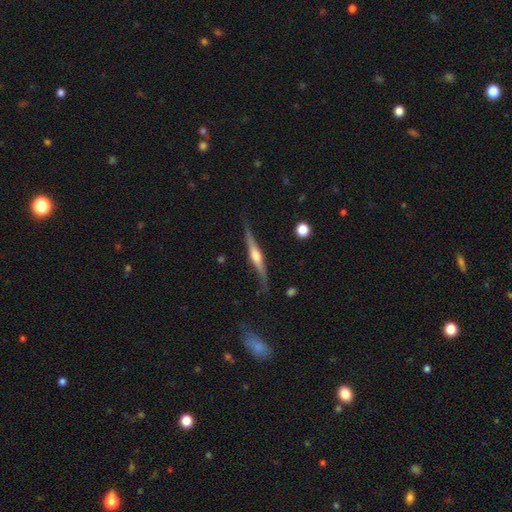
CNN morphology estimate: A featured or disk galaxy (78%) viewed edge-on (97%) with a rounded central bulge (85%).

Vote fractions:
- Smooth or featured? featured or disk: 78% / smooth: 17% / star or artifact: 5%
- Edge-on disk? yes: 97% / no: 3%
- Edge-on bulge? rounded: 85% / boxy: 9% / none: 5%
- Merging? none: 82% / minor disturbance: 14% / major disturbance: 3% / merger: 2%